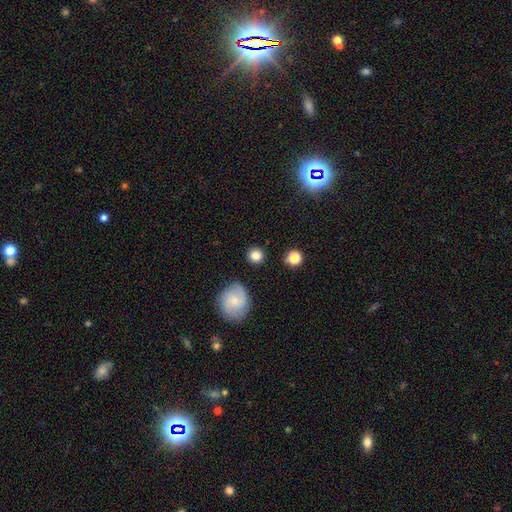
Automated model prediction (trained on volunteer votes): A smooth galaxy with no disk features (83%) that is round (91%).

Vote fractions:
- Smooth or featured? smooth: 83% / star or artifact: 9% / featured or disk: 8%
- How rounded? round: 91% / in between: 8% / cigar-shaped: 1%
- Merging? none: 86% / minor disturbance: 8% / major disturbance: 3% / merger: 3%